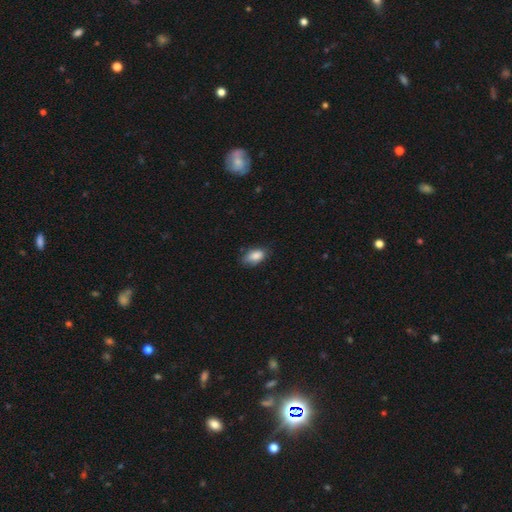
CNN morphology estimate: Smooth or featured? Predicted: smooth (p=0.86). How rounded? Predicted: in between (p=0.90). Merging? Predicted: none (p=0.68).